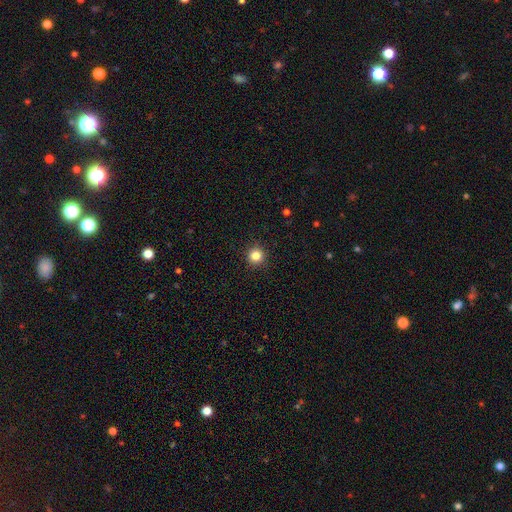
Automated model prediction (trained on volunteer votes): smooth-or-featured: smooth: 83% | star or artifact: 12% | featured or disk: 5%
  how-rounded: round: 95% | in between: 4% | cigar-shaped: 1%
  merging: none: 92% | minor disturbance: 5% | major disturbance: 2% | merger: 1%